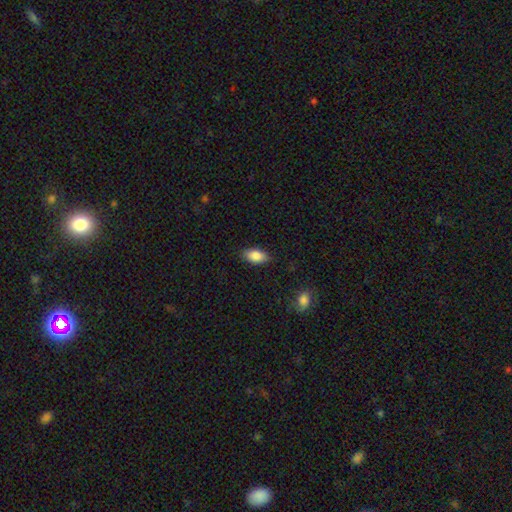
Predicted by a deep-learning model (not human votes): The model was most divided on "merging": none: 84%, minor disturbance: 12%, major disturbance: 3%, merger: 1%. More confident: how rounded — in between (91%); smooth or featured — smooth (86%).